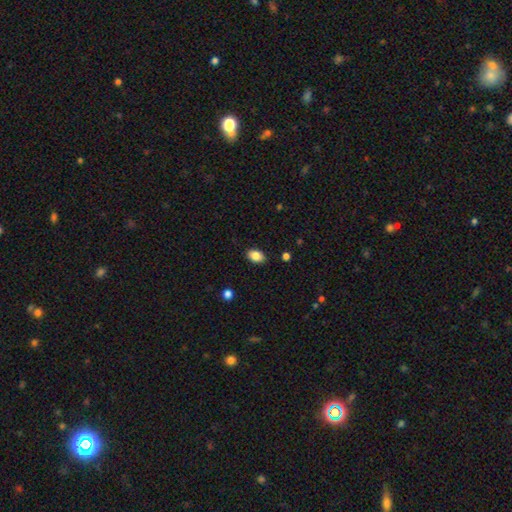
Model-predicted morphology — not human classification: Smooth or featured? Predicted: smooth (p=0.87). How rounded? Predicted: in between (p=0.86). Merging? Predicted: none (p=0.88).